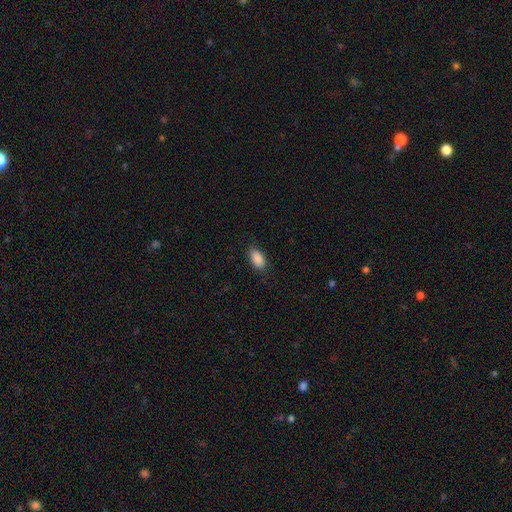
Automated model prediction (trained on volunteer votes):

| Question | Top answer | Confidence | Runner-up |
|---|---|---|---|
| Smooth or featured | smooth | 89% | star or artifact (7%) |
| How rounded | in between | 92% | cigar-shaped (5%) |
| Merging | none | 85% | minor disturbance (12%) |